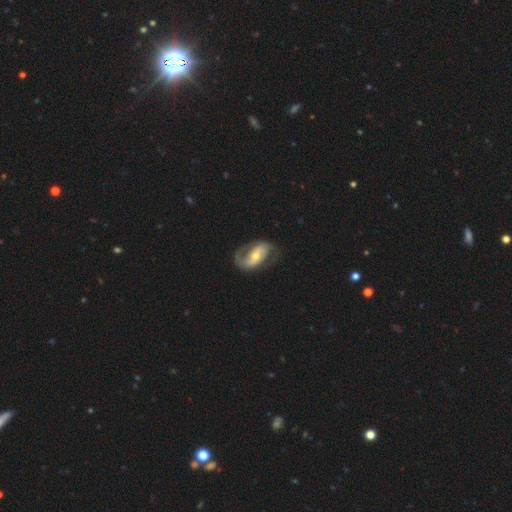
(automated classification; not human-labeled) Smooth or featured: featured or disk — 79% (smooth — 16%)
Edge-on disk: no — 96% (yes — 4%)
Bar: weak — 37% (no — 33%)
Spiral arms: yes — 90% (no — 10%)
Spiral winding: medium — 44% (loose — 36%)
Spiral arm count: 2 — 80% (1 — 12%)
Bulge size: moderate — 58% (small — 35%)
Merging: none — 68% (minor disturbance — 18%)